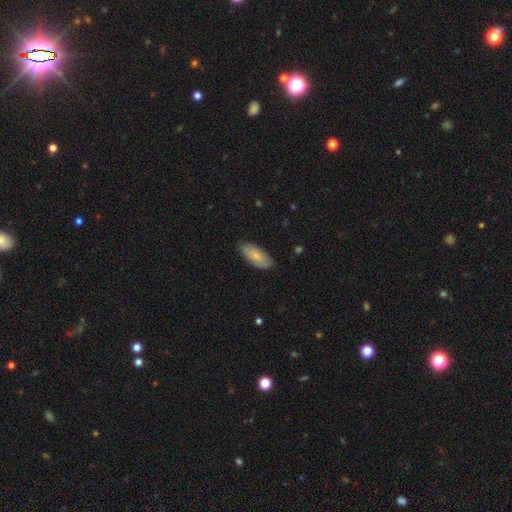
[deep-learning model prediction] Morphology: type=smooth (76%); roundness=in between (88%); merging=none (82%).